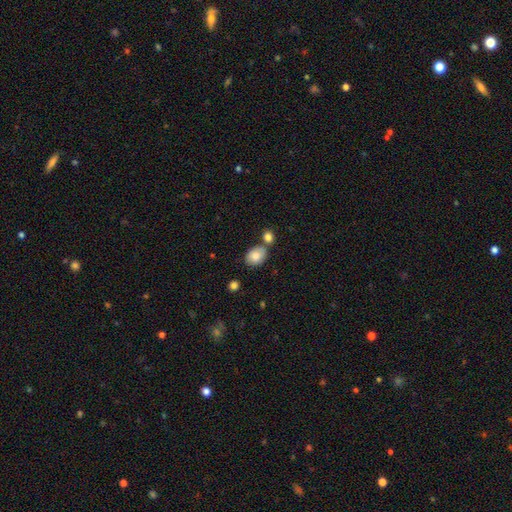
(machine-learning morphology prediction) Smooth or featured: smooth — 84% (featured or disk — 9%)
How rounded: in between — 72% (round — 27%)
Merging: none — 61% (merger — 22%)